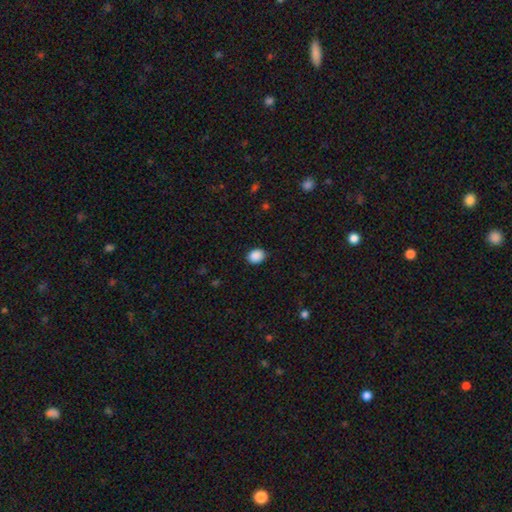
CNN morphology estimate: Smooth or featured? smooth (89%)
How rounded? in between (56%)
Merging? none (86%)